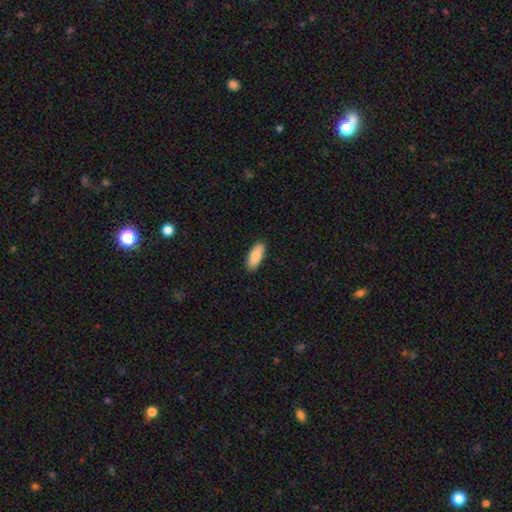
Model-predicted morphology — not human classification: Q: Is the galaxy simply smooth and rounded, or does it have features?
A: smooth — 88%.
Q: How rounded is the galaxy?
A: in between — 77%.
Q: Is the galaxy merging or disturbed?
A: none — 89%.